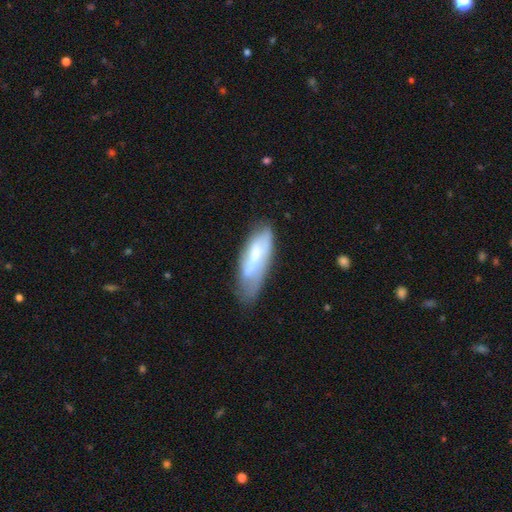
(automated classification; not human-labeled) featured or disk 49%, smooth 44%, star or artifact 7%. Down the decision tree: merging — none (51%).